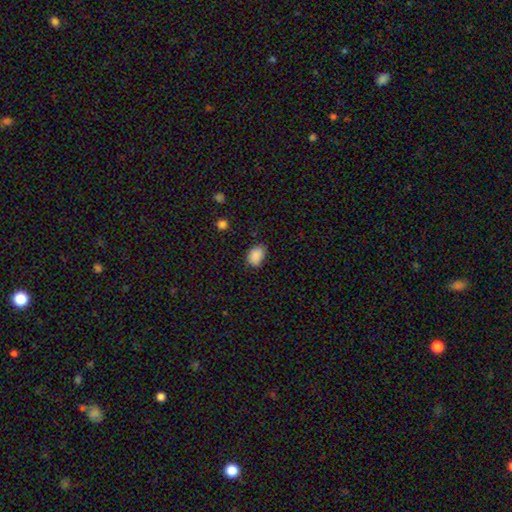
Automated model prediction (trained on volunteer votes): This appears to be a smooth galaxy with no disk features (87%) that is in between round and cigar-shaped (76%). Merging: none (70%).